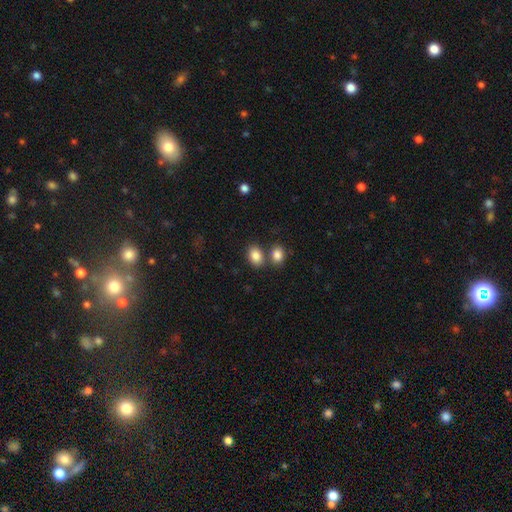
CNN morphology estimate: The model was most divided on "merging": none: 60%, merger: 27%, minor disturbance: 10%, major disturbance: 3%. More confident: smooth or featured — smooth (85%); how rounded — in between (75%).